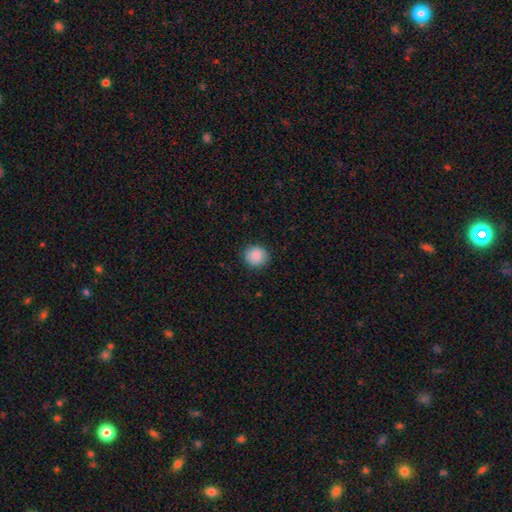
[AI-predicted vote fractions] Q: Smooth or featured?
A: smooth (89%); runner-up: star or artifact (8%)
Q: How rounded?
A: round (88%); runner-up: in between (11%)
Q: Merging?
A: none (90%); runner-up: minor disturbance (7%)